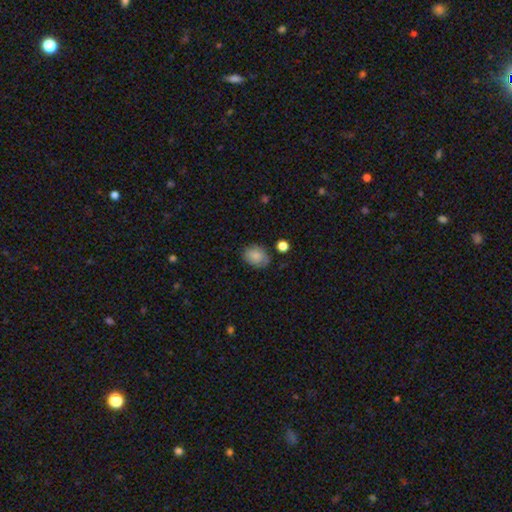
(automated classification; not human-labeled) The model was most divided on "how rounded": in between: 58%, round: 41%, cigar-shaped: 1%. More confident: smooth or featured — smooth (81%); merging — none (71%).